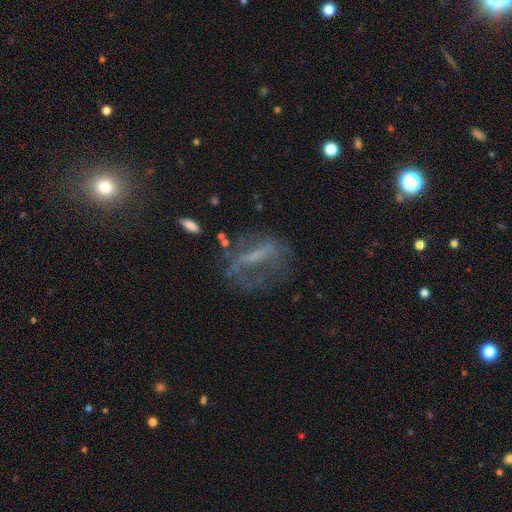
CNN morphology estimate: smooth_or_featured: featured or disk (p=0.55) [alt: smooth p=0.28]
disk_edge_on: no (p=0.81) [alt: yes p=0.19]
merging: none (p=0.46) [alt: major disturbance p=0.30]